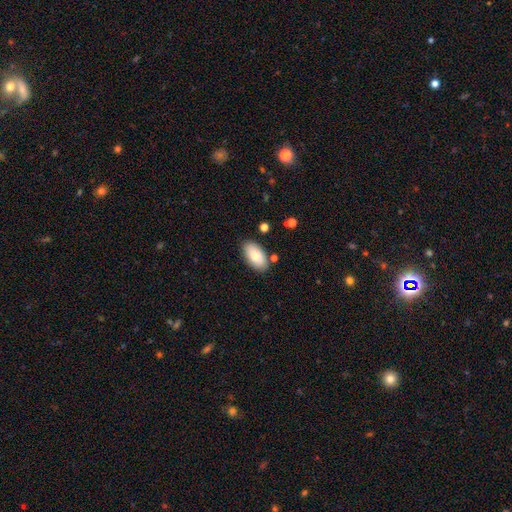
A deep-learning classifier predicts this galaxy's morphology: The model was most divided on "merging": none: 81%, minor disturbance: 13%, merger: 4%, major disturbance: 3%. More confident: how rounded — in between (95%); smooth or featured — smooth (81%).